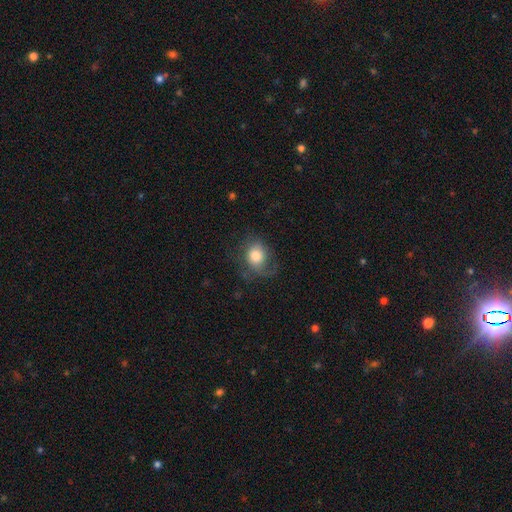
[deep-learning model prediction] smooth 70%, featured or disk 22%, star or artifact 9%. Down the decision tree: how rounded — round (57%); merging — none (52%).